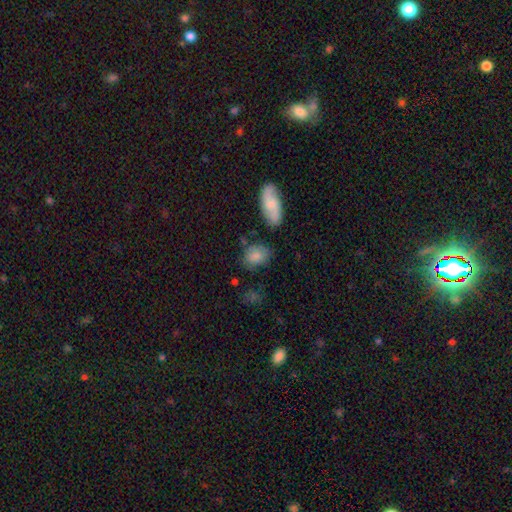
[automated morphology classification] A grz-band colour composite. It shows a smooth galaxy with no disk features (82%) that is in between round and cigar-shaped (69%). Merging: none (66%).